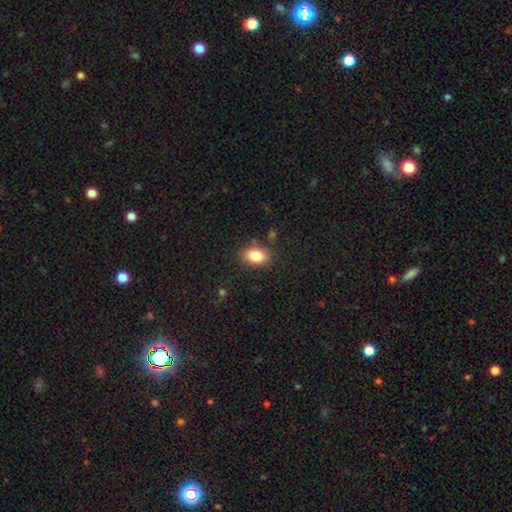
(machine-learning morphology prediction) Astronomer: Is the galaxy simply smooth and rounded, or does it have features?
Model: smooth — 84%.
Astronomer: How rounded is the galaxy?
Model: in between — 85%.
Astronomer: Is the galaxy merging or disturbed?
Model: none — 83%.